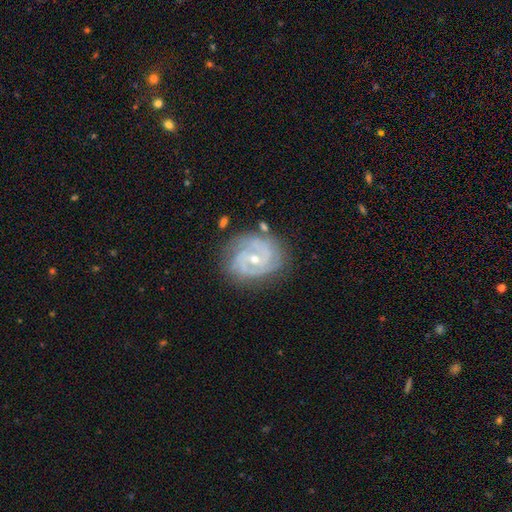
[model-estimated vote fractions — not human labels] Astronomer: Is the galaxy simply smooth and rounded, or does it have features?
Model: featured or disk — 84%.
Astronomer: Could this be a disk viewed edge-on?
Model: no — 98%.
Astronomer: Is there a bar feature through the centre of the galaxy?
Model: no — 50% (runner-up: weak, 38%).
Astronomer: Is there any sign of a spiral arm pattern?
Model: yes — 97%.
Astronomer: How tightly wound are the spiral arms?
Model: tight — 62%.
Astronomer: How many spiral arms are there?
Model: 2 — 58%.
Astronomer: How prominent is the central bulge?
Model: small — 59% (runner-up: moderate, 37%).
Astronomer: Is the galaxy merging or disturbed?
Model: none — 79%.